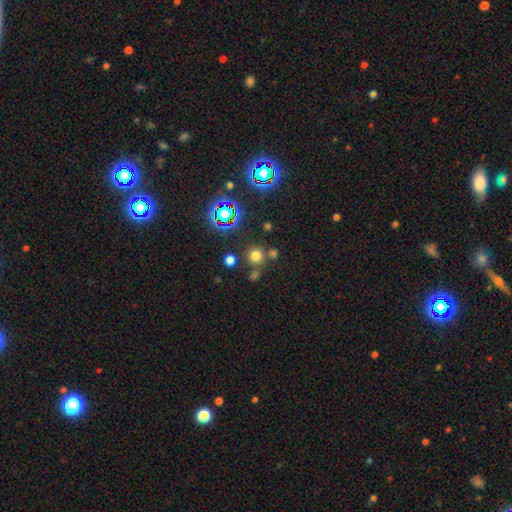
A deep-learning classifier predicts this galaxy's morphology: smooth 67%, star or artifact 26%, featured or disk 7%. Down the decision tree: how rounded — round (93%); merging — none (74%).